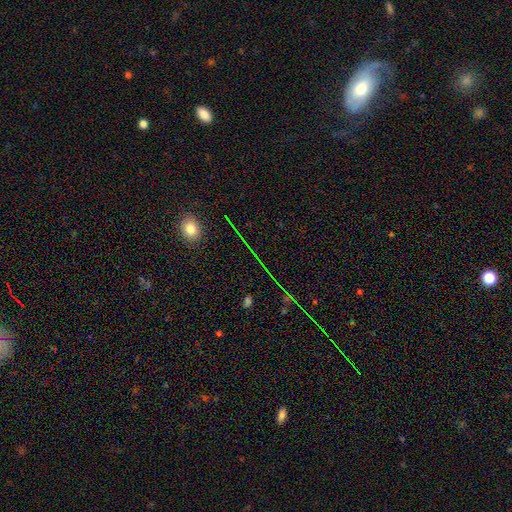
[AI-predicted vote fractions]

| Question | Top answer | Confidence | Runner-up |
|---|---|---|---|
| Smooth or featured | star or artifact | 75% | smooth (13%) |